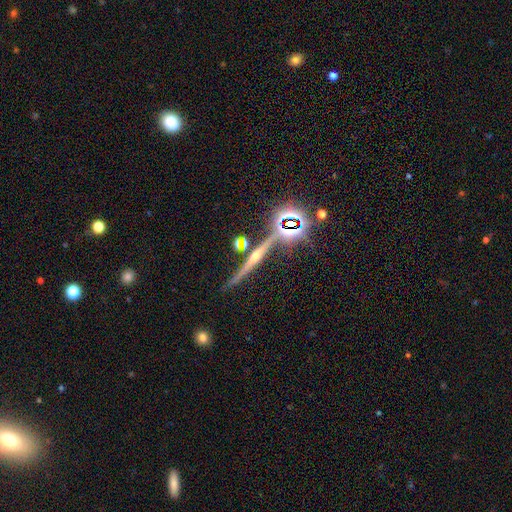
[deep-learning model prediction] This appears to be a featured or disk galaxy (68%) viewed edge-on (95%) with a rounded central bulge (88%). Merging: none (81%).